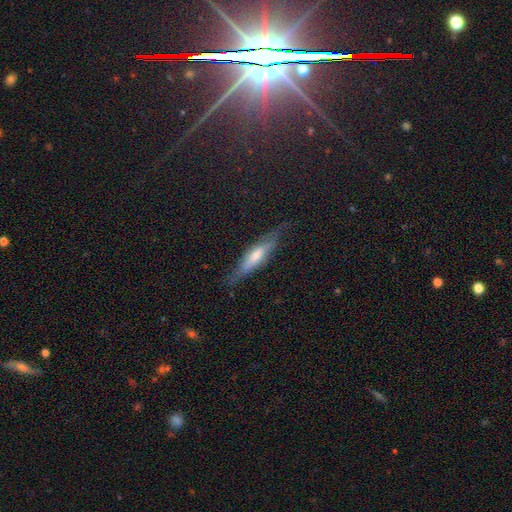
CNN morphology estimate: A featured or disk galaxy (53%) viewed edge-on (81%). Merging: none (74%).